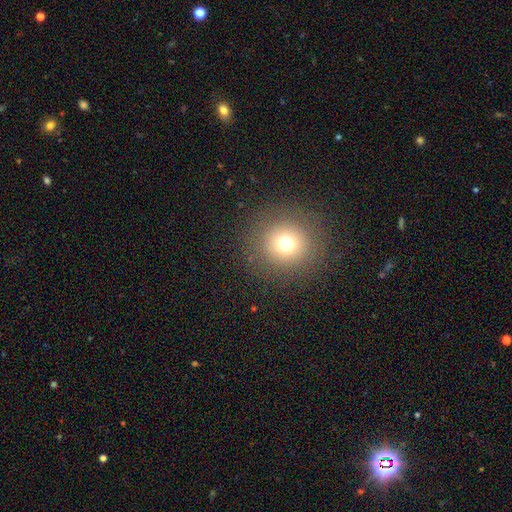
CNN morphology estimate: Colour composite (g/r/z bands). It shows a smooth galaxy with no disk features (68%) that is round (91%). Merging: none (92%).